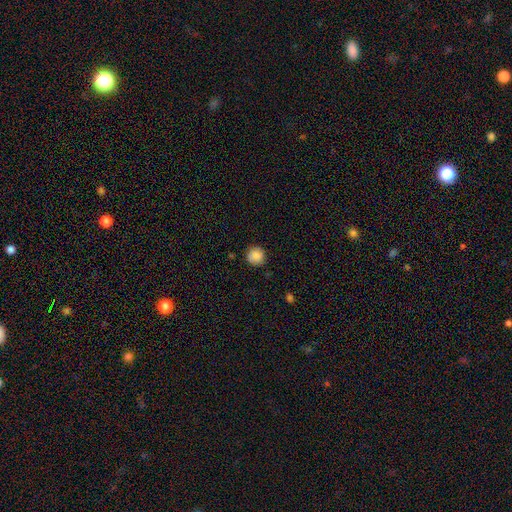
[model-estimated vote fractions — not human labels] This appears to be a smooth galaxy with no disk features (86%) that is round (93%). Merging: none (86%).